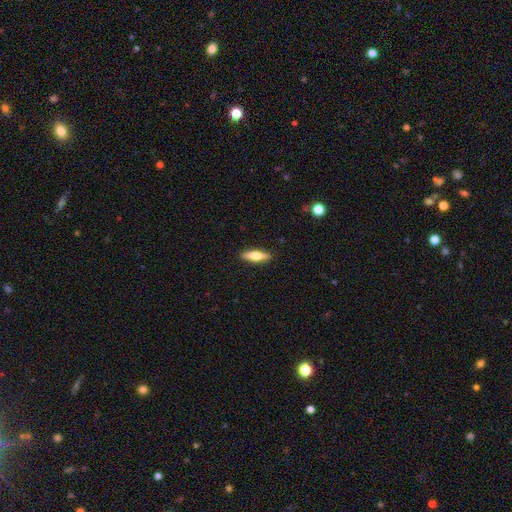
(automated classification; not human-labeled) A smooth galaxy with no disk features (56%) that is cigar-shaped (59%). Merging: none (90%).